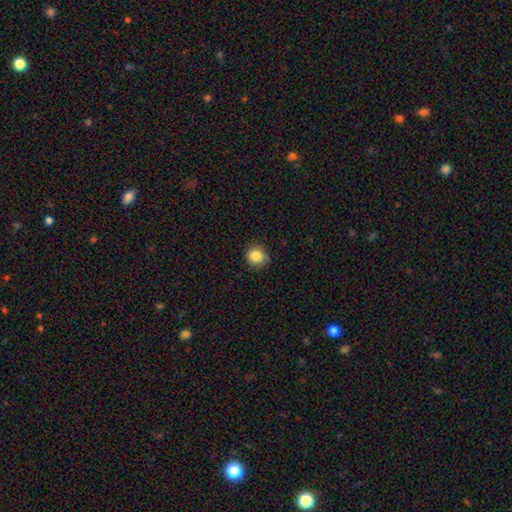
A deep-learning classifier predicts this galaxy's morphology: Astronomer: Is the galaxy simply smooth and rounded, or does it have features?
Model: smooth — 84%.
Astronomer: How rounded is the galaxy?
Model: round — 86%.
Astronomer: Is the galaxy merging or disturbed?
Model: none — 78%.